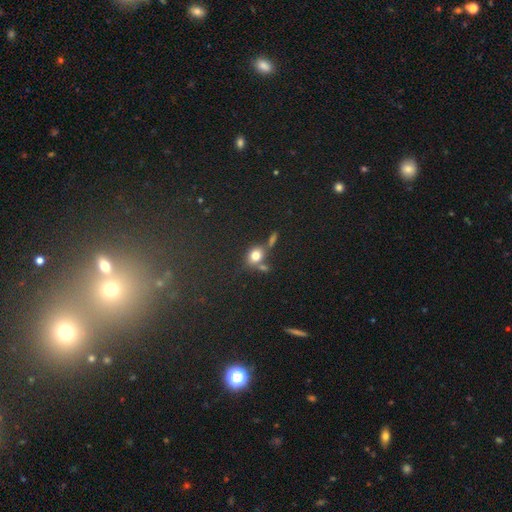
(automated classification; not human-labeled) Morphology: type=smooth (77%); roundness=round (55%); merging=none (50%).